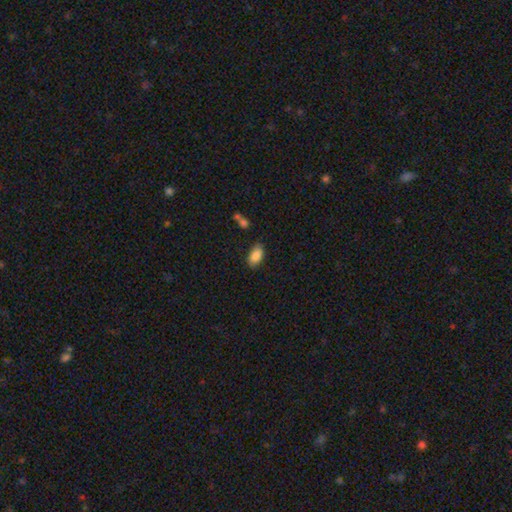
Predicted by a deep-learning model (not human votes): Q: Smooth or featured?
A: smooth (86%); runner-up: star or artifact (7%)
Q: How rounded?
A: in between (93%); runner-up: round (4%)
Q: Merging?
A: none (79%); runner-up: minor disturbance (15%)